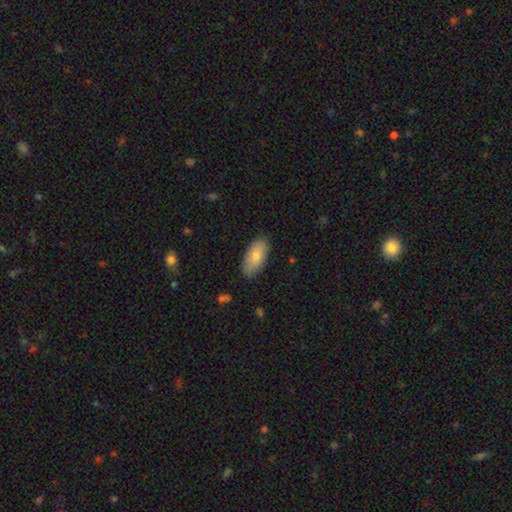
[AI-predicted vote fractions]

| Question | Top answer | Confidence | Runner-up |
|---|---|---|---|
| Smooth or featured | smooth | 80% | featured or disk (14%) |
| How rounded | in between | 91% | cigar-shaped (6%) |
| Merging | none | 84% | minor disturbance (12%) |